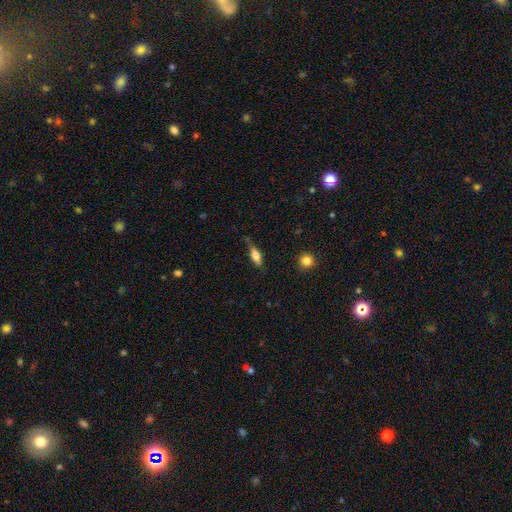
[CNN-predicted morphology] This is likely a smooth galaxy (69%). How rounded: possibly in between (58%). Merging: likely none (65%).